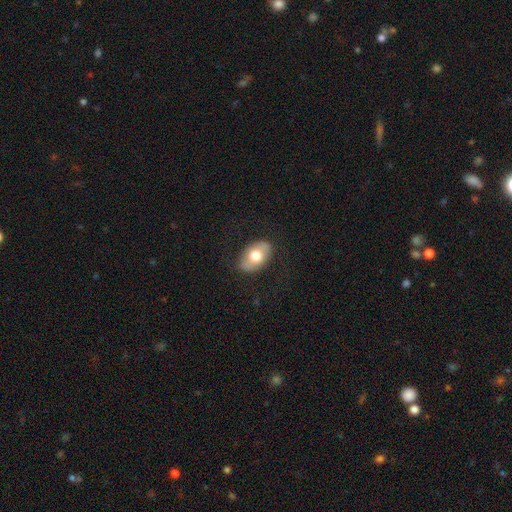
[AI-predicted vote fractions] Overall: smooth (65%; featured or disk 28%). How rounded: in between (89%). Merging: none (82%).